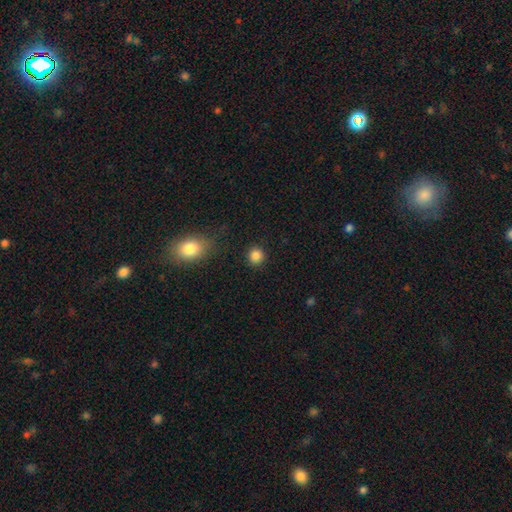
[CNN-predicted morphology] Smooth or featured? smooth (85%)
How rounded? round (92%)
Merging? none (90%)